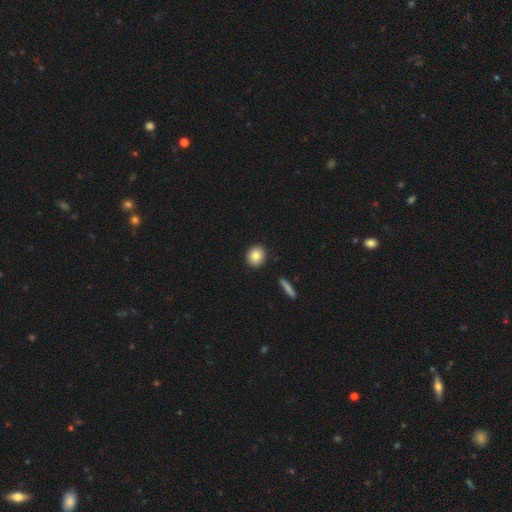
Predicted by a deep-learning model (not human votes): A smooth galaxy with no disk features (85%) that is round (81%).

Vote fractions:
- Smooth or featured? smooth: 85% / star or artifact: 8% / featured or disk: 7%
- How rounded? round: 81% / in between: 17% / cigar-shaped: 1%
- Merging? none: 91% / minor disturbance: 6% / merger: 2% / major disturbance: 2%